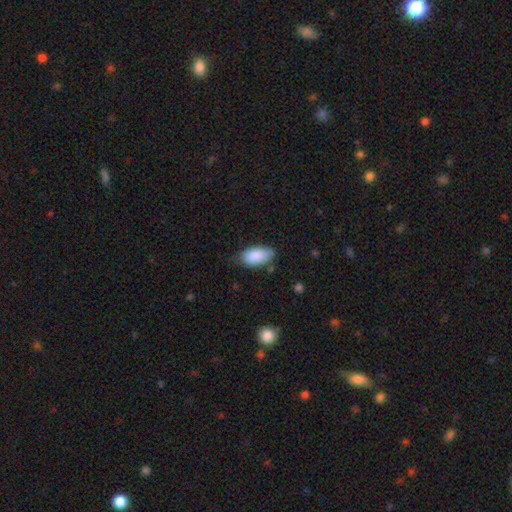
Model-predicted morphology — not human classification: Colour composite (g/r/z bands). It shows a smooth galaxy with no disk features (87%) that is in between round and cigar-shaped (94%). Merging: none (61%).